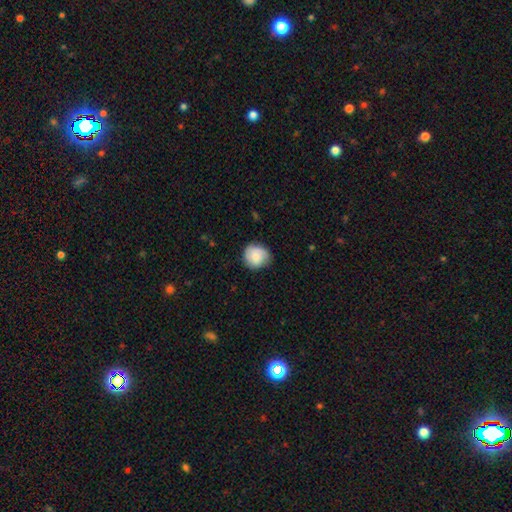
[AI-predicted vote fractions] The model was most divided on "smooth or featured": smooth: 71%, featured or disk: 22%, star or artifact: 7%. More confident: how rounded — round (85%); merging — none (73%).